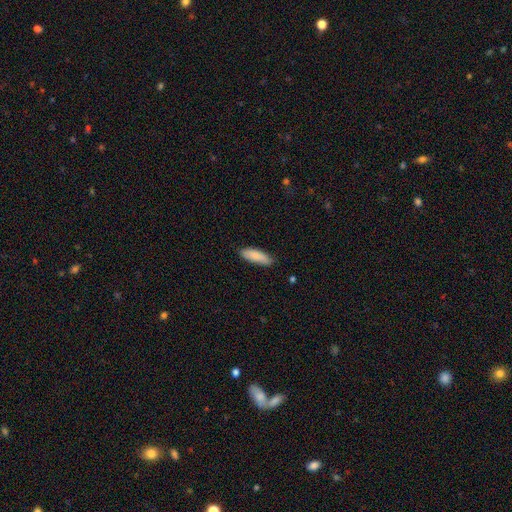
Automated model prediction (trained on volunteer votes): Overall: smooth (86%). How rounded: in between (54%; cigar-shaped 45%). Merging: none (82%).